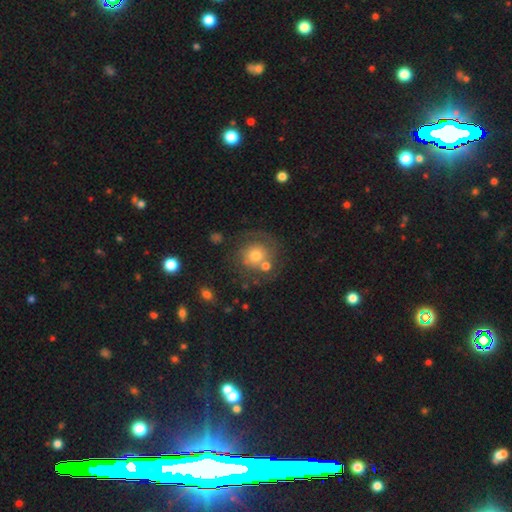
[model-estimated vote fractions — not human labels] The model was most divided on "smooth or featured": smooth: 46%, featured or disk: 44%, star or artifact: 10%. More confident: merging — none (55%).